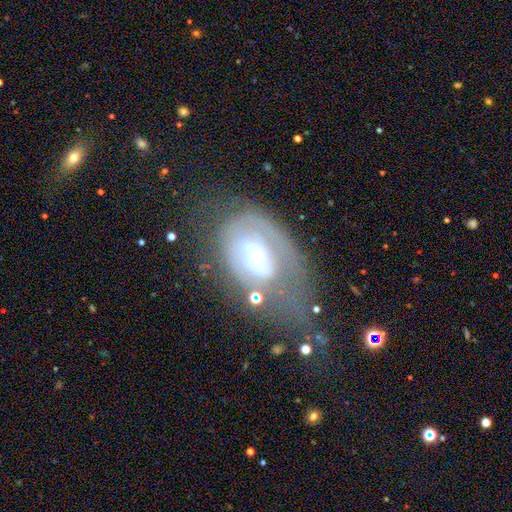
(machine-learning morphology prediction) Q: Smooth or featured?
A: featured or disk (74%); runner-up: smooth (19%)
Q: Edge-on disk?
A: no (95%); runner-up: yes (5%)
Q: Bar?
A: no (49%); runner-up: weak (39%)
Q: Spiral arms?
A: yes (75%); runner-up: no (25%)
Q: Spiral winding?
A: tight (53%); runner-up: medium (31%)
Q: Spiral arm count?
A: 2 (32%); runner-up: can't tell (31%)
Q: Bulge size?
A: moderate (65%); runner-up: small (19%)
Q: Merging?
A: major disturbance (39%); runner-up: none (32%)